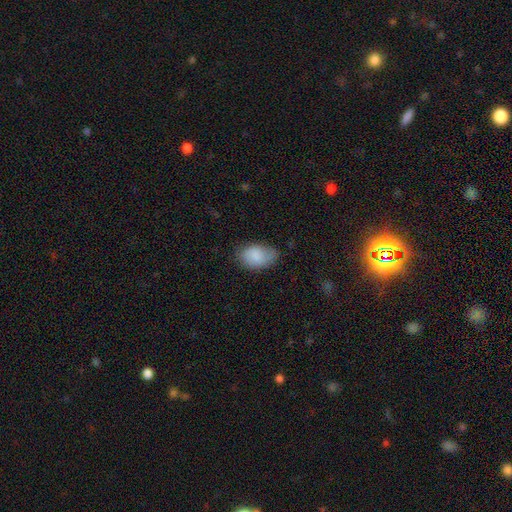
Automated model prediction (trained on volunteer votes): This is likely a smooth galaxy (78%). How rounded: clearly in between (89%). Merging: likely none (63%).